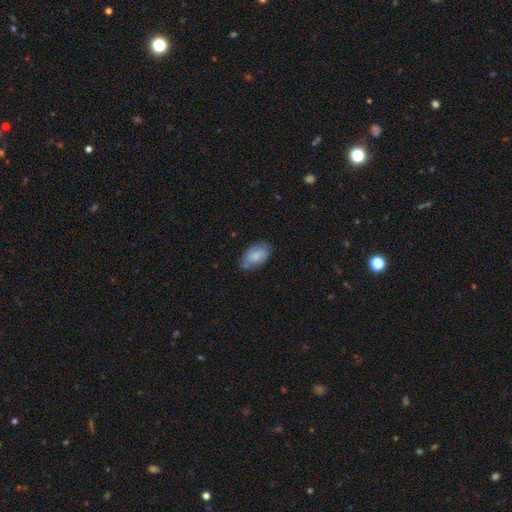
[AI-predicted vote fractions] Smooth or featured? smooth (73%)
How rounded? in between (92%)
Merging? none (65%)